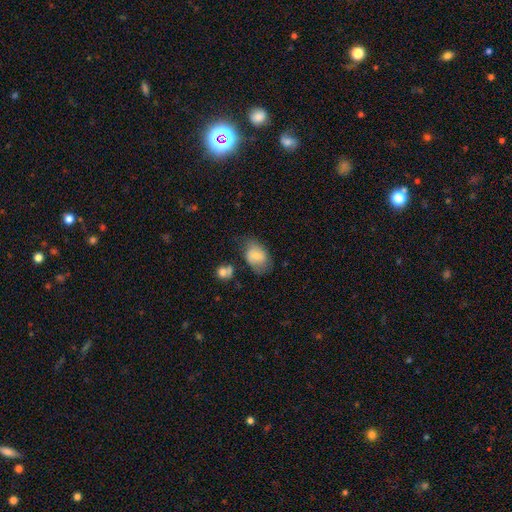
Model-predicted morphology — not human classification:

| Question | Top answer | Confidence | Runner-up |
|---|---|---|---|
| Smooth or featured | smooth | 61% | featured or disk (32%) |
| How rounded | in between | 78% | round (20%) |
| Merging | none | 58% | minor disturbance (26%) |